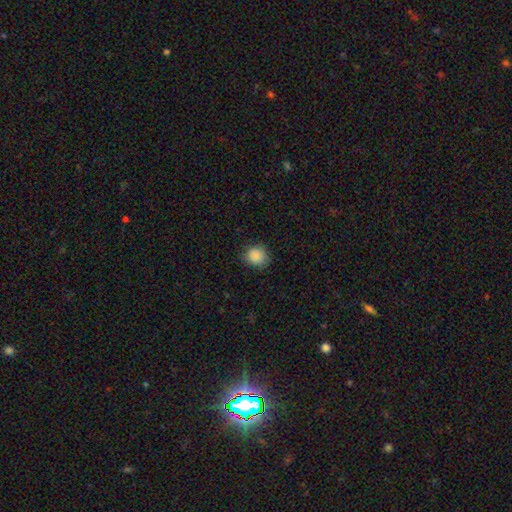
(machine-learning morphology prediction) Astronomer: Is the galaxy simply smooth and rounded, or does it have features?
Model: smooth — 88%.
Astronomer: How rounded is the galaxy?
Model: round — 79%.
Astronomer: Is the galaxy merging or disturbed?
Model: none — 82%.